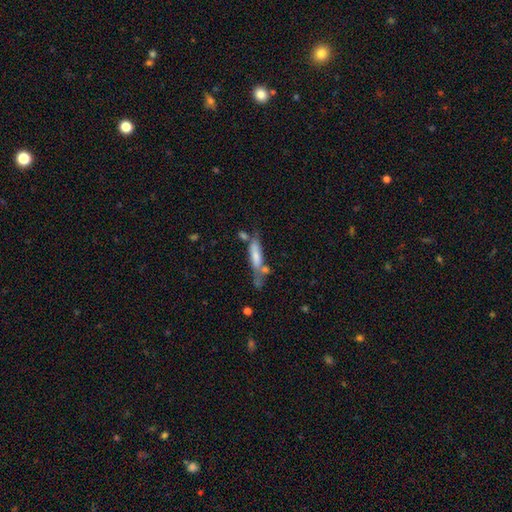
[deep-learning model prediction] smooth-or-featured: smooth: 62% | featured or disk: 30% | star or artifact: 7%
  how-rounded: cigar-shaped: 70% | in between: 28% | round: 2%
  merging: none: 39% | merger: 24% | minor disturbance: 23% | major disturbance: 14%